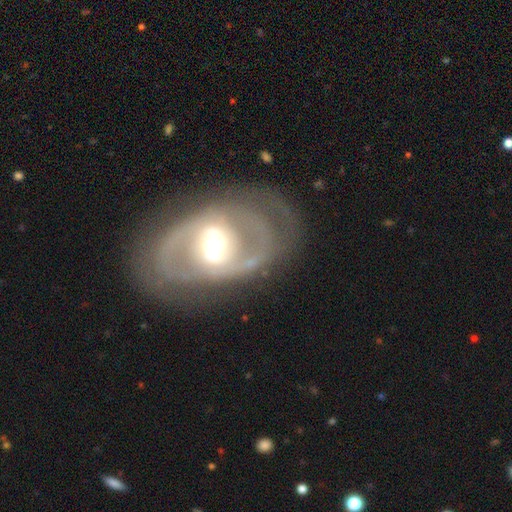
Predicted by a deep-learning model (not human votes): A featured or disk galaxy (85%) with a weak bar (43%), 2 (74%) medium (42%) spiral arms (85%) and a moderate central bulge (65%).

Vote fractions:
- Smooth or featured? featured or disk: 85% / smooth: 10% / star or artifact: 5%
- Edge-on disk? no: 96% / yes: 4%
- Bar? weak: 43% / strong: 33% / no: 24%
- Spiral arms? yes: 85% / no: 15%
- Spiral winding? medium: 42% / tight: 41% / loose: 17%
- Spiral arm count? 2: 74% / can't tell: 14% / 3: 5% / 1: 3% / 4: 2% / more than 4: 2%
- Bulge size? moderate: 65% / large: 18% / small: 15% / dominant: 2% / none: 1%
- Merging? none: 76% / minor disturbance: 14% / major disturbance: 9% / merger: 2%